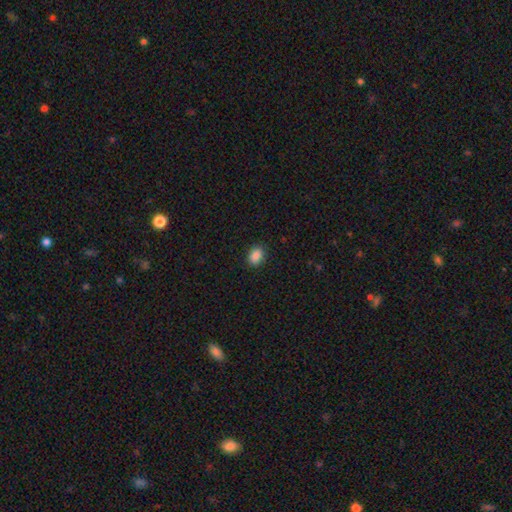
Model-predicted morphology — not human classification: Overall: smooth (88%). How rounded: in between (72%). Merging: none (89%).